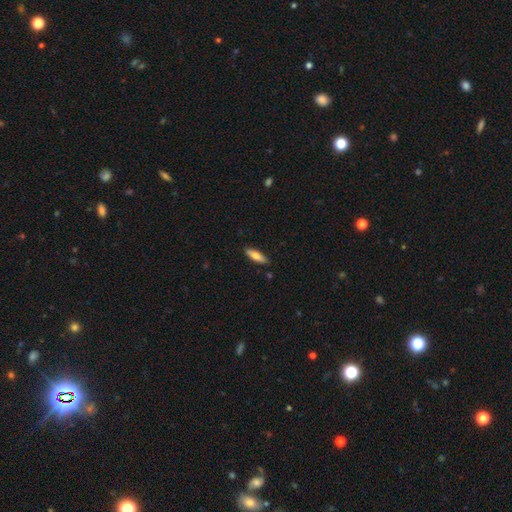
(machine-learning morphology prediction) Smooth or featured? Predicted: smooth (p=0.69). How rounded? Predicted: cigar-shaped (p=0.61). Merging? Predicted: none (p=0.88).